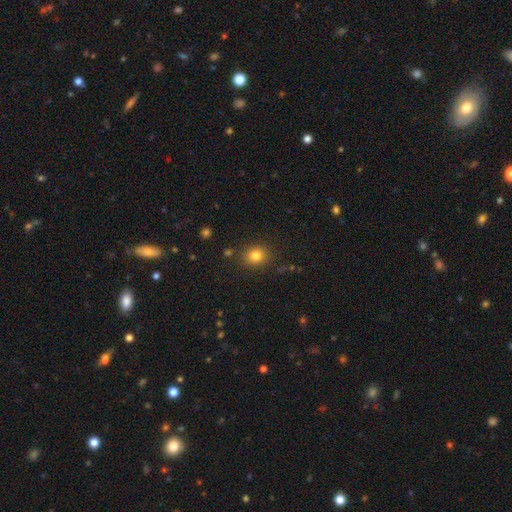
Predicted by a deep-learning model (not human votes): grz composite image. It shows a smooth galaxy with no disk features (82%) that is round (65%). Merging: none (85%).